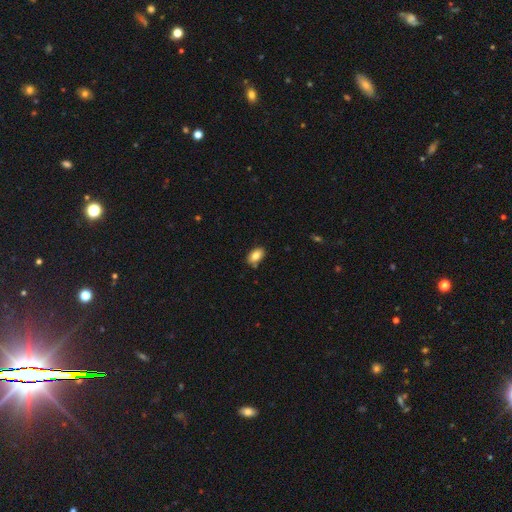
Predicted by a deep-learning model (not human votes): This appears to be a smooth galaxy with no disk features (82%) that is in between round and cigar-shaped (91%). Merging: none (83%).